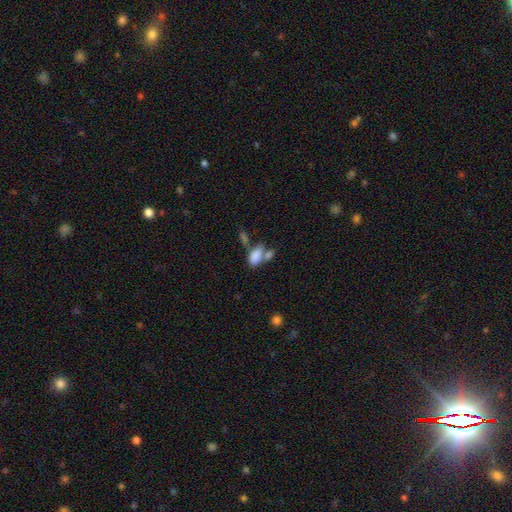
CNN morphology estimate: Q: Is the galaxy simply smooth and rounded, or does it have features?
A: smooth — 80%.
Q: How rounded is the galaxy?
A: in between — 91%.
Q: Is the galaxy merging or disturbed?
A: merger — 51%.